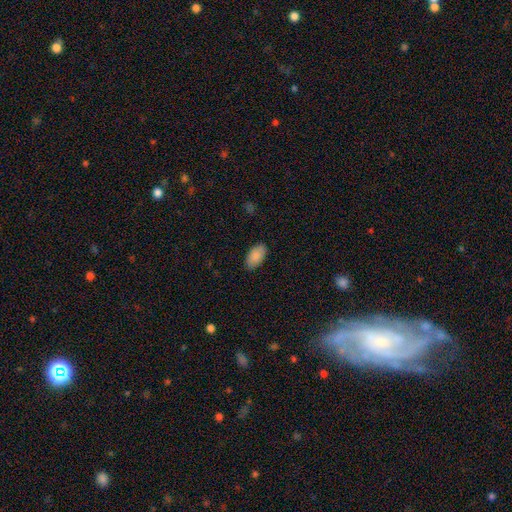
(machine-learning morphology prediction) The model was most divided on "merging": none: 87%, minor disturbance: 10%, major disturbance: 2%, merger: 1%. More confident: how rounded — in between (95%); smooth or featured — smooth (88%).